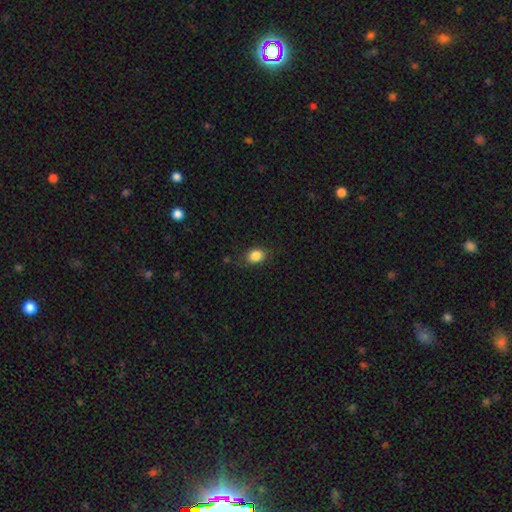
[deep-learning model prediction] Smooth or featured? smooth (85%)
How rounded? in between (56%)
Merging? none (80%)